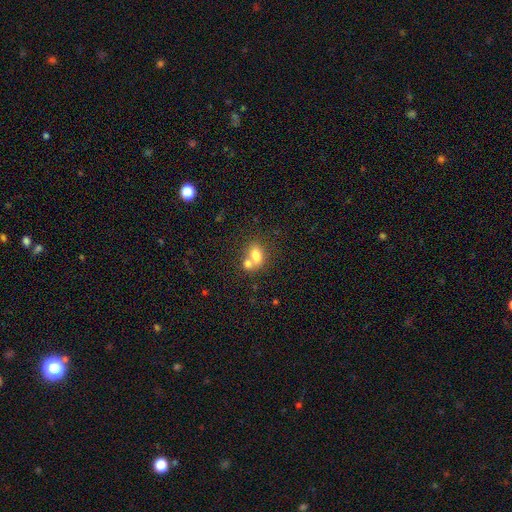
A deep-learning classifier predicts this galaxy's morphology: Overall: smooth (76%). How rounded: in between (74%). Merging: merger (53%; none 34%).